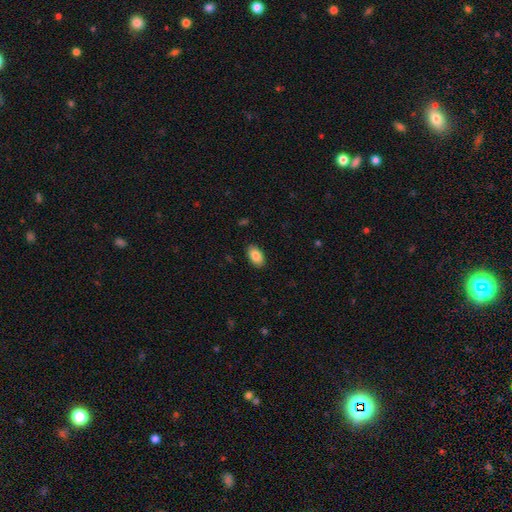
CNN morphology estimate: Smooth or featured? smooth (87%)
How rounded? in between (94%)
Merging? none (89%)